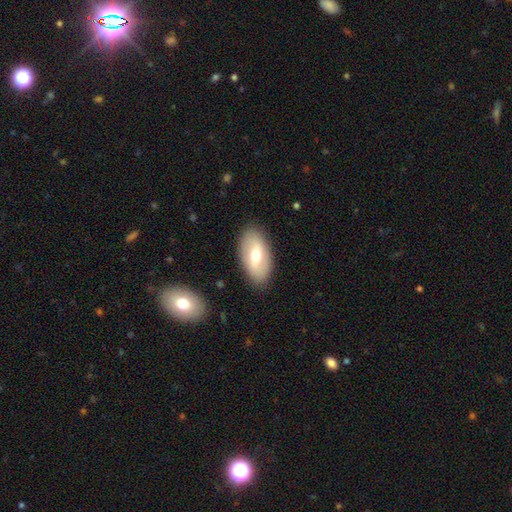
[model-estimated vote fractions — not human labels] Morphology: type=smooth (56%); roundness=in between (93%); merging=none (85%).